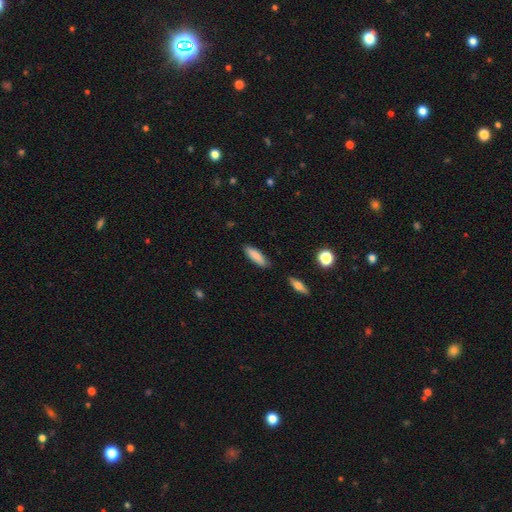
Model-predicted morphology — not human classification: smooth_or_featured: smooth (p=0.86) [alt: featured or disk p=0.08]
how_rounded: cigar-shaped (p=0.50) [alt: in between p=0.48]
merging: none (p=0.83) [alt: minor disturbance p=0.13]